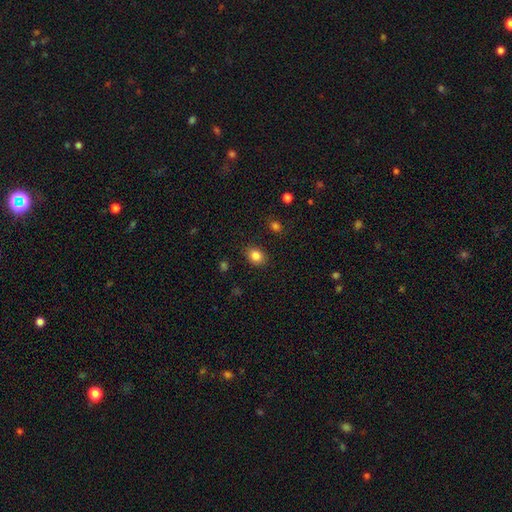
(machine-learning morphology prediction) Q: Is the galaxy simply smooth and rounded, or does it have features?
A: smooth — 85%.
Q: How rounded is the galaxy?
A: in between — 53%.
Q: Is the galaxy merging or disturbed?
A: none — 86%.